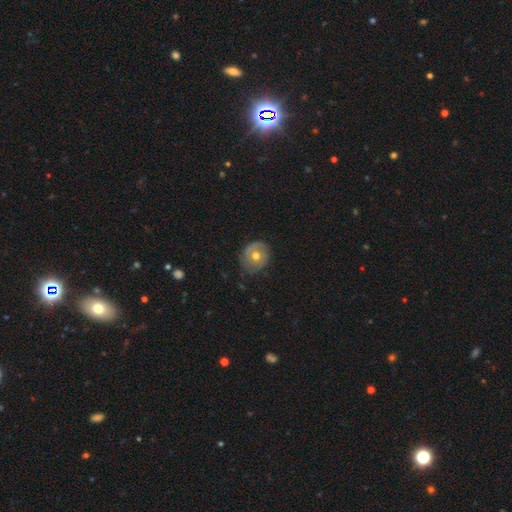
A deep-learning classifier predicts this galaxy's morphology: The model was most divided on "smooth or featured": smooth: 48%, featured or disk: 44%, star or artifact: 8%. More confident: merging — none (71%).